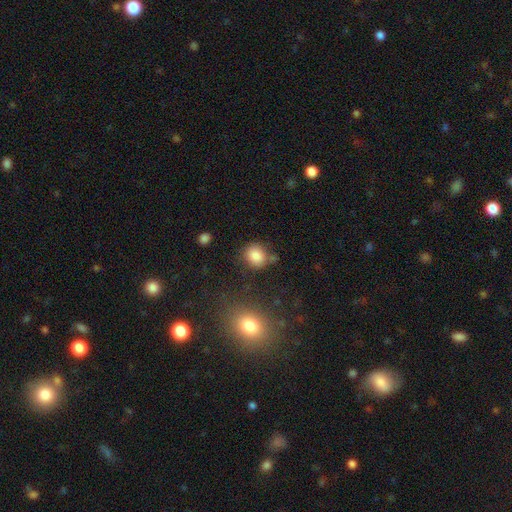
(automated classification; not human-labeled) A smooth galaxy with no disk features (85%) that is round (76%).

Vote fractions:
- Smooth or featured? smooth: 85% / star or artifact: 10% / featured or disk: 5%
- How rounded? round: 76% / in between: 23% / cigar-shaped: 1%
- Merging? none: 68% / minor disturbance: 18% / merger: 8% / major disturbance: 6%